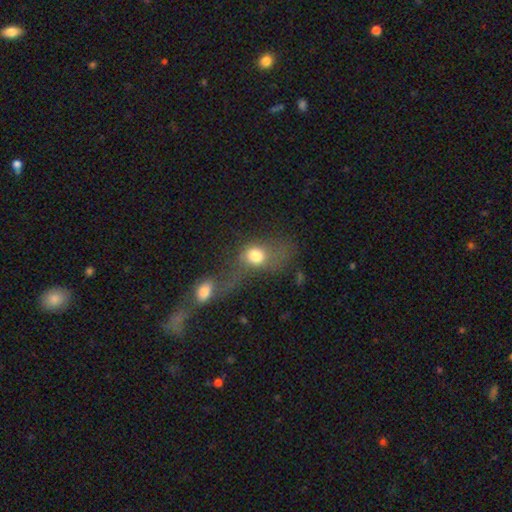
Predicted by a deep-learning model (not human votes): Smooth or featured: smooth — 70% (featured or disk — 19%)
How rounded: in between — 50% (round — 47%)
Merging: merger — 49% (major disturbance — 26%)